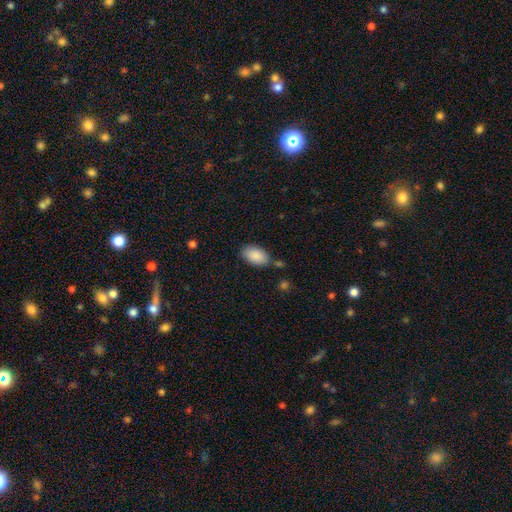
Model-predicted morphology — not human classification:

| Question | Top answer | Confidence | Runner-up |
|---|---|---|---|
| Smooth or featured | smooth | 89% | star or artifact (6%) |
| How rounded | in between | 93% | round (5%) |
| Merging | none | 73% | minor disturbance (16%) |